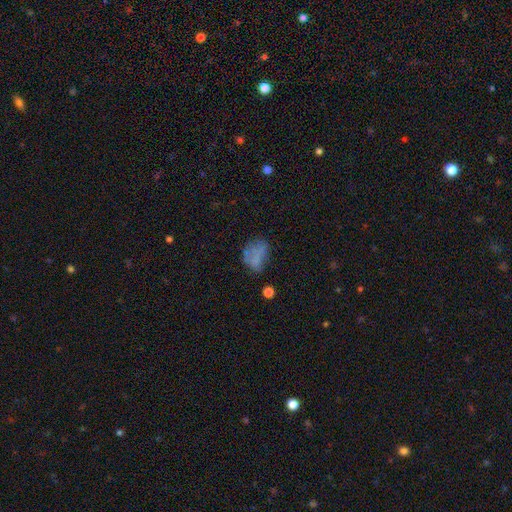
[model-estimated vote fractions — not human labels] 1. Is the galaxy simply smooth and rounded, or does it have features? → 56% smooth, 29% featured or disk, 15% star or artifact.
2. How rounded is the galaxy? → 72% in between, 26% round, 2% cigar-shaped.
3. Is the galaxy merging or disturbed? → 42% none, 26% minor disturbance, 25% major disturbance, 7% merger.